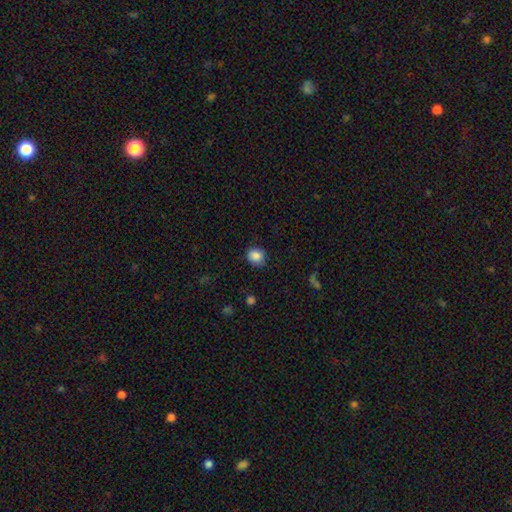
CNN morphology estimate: smooth_or_featured: smooth (p=0.87) [alt: star or artifact p=0.09]
how_rounded: round (p=0.77) [alt: in between p=0.22]
merging: none (p=0.82) [alt: minor disturbance p=0.13]